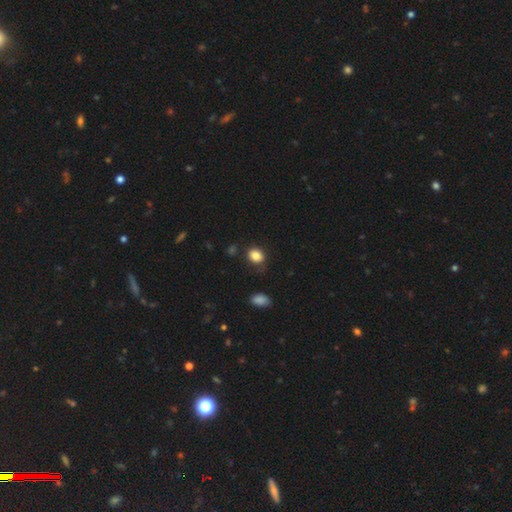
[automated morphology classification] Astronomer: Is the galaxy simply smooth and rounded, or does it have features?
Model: smooth — 85%.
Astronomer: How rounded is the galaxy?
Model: round — 53% (runner-up: in between, 46%).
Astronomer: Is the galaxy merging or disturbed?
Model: none — 75%.